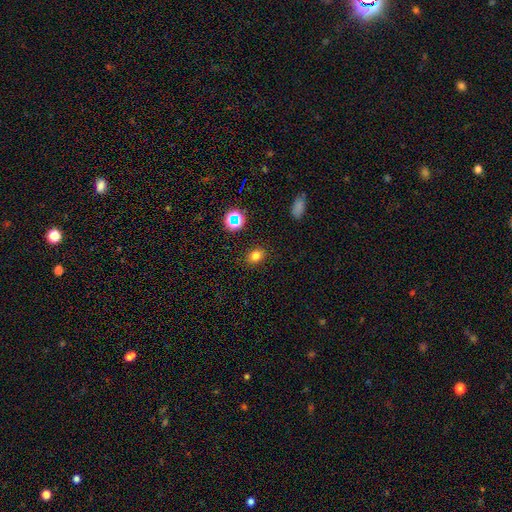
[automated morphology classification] Smooth or featured? Predicted: smooth (p=0.77). How rounded? Predicted: in between (p=0.54). Merging? Predicted: none (p=0.87).